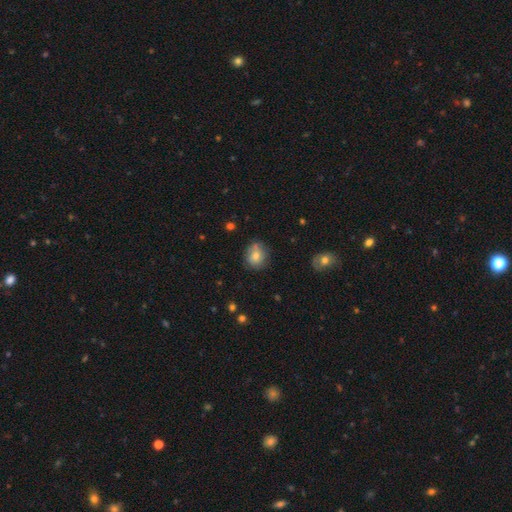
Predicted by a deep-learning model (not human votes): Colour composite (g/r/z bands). It shows a smooth galaxy with no disk features (75%) that is round (74%). Merging: none (70%).